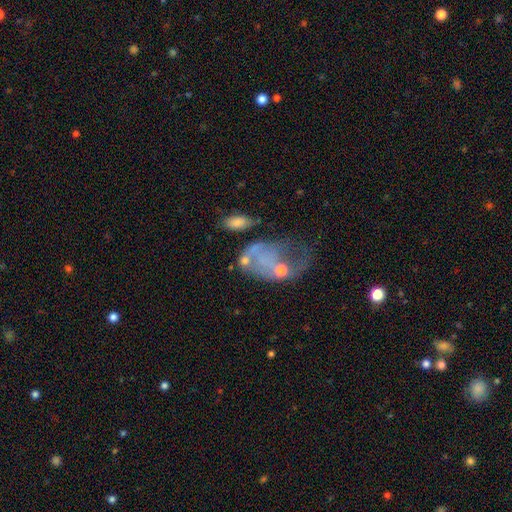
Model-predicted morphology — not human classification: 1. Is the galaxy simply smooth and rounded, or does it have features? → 51% featured or disk, 36% smooth, 13% star or artifact.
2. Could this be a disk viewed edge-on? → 97% no, 3% yes.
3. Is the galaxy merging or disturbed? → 42% major disturbance, 21% none, 20% merger, 17% minor disturbance.